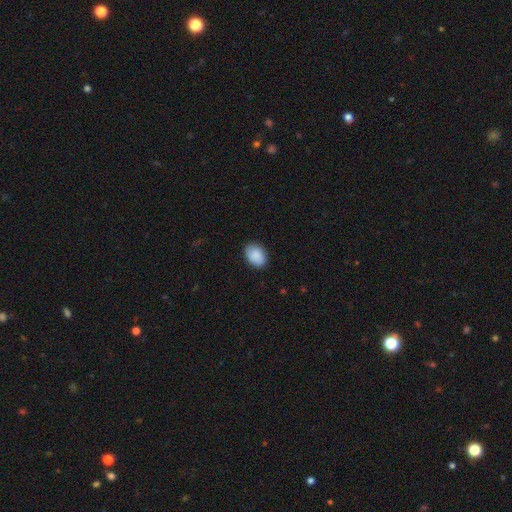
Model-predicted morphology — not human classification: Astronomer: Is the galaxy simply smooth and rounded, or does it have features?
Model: smooth — 90%.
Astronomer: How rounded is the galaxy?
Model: in between — 78%.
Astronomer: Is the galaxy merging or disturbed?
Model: none — 87%.